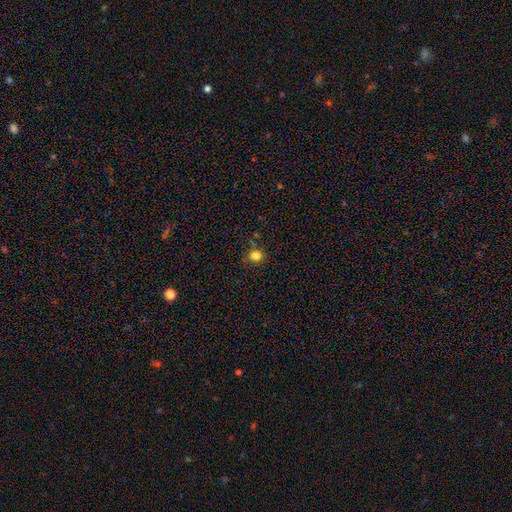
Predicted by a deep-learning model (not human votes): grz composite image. It shows a smooth galaxy with no disk features (81%) that is round (82%). Merging: none (81%).